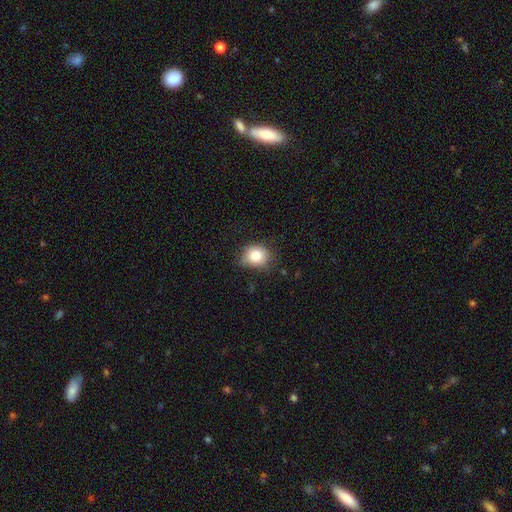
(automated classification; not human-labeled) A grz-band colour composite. It shows a smooth galaxy with no disk features (80%) that is round (59%). Merging: none (62%).